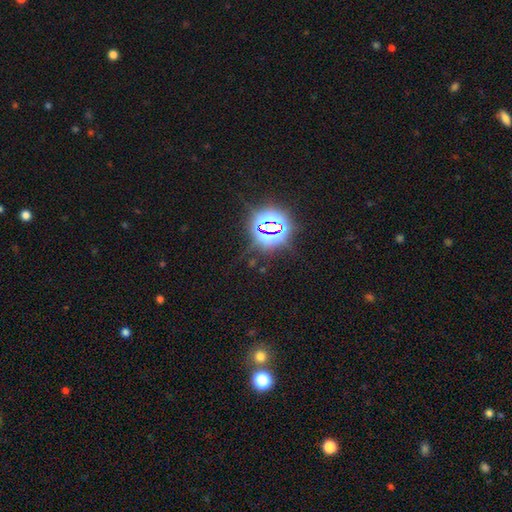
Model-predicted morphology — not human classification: Smooth or featured? star or artifact (80%)